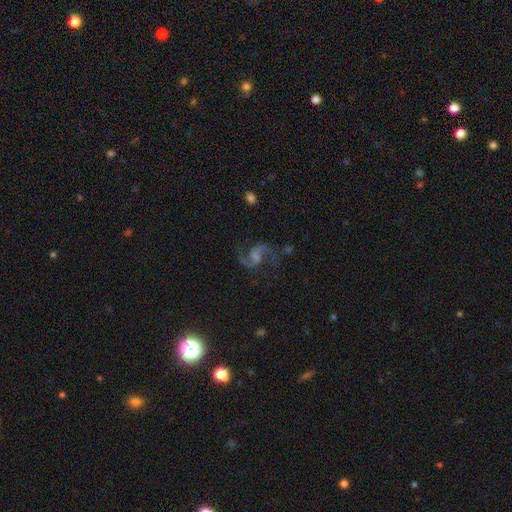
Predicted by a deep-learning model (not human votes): featured or disk 86%, star or artifact 8%, smooth 5%. Down the decision tree: edge-on disk — no (98%); bar — weak (46%); spiral arms — yes (97%); spiral arm count — 2 (94%); spiral winding — loose (51%); bulge size — none (35%); merging — none (77%).